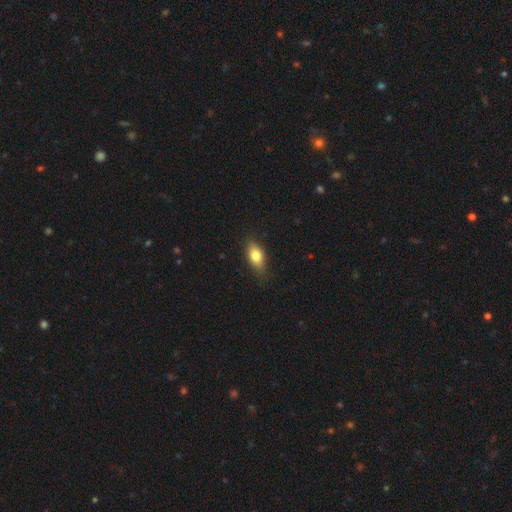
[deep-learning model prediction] Smooth or featured? smooth (77%)
How rounded? in between (83%)
Merging? none (79%)